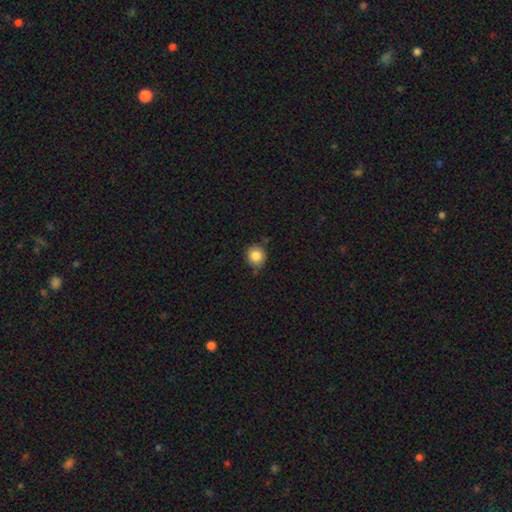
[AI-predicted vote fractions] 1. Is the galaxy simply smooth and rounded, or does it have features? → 85% smooth, 10% star or artifact, 6% featured or disk.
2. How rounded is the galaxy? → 88% round, 11% in between, 1% cigar-shaped.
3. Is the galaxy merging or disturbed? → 78% none, 15% minor disturbance, 4% merger, 3% major disturbance.